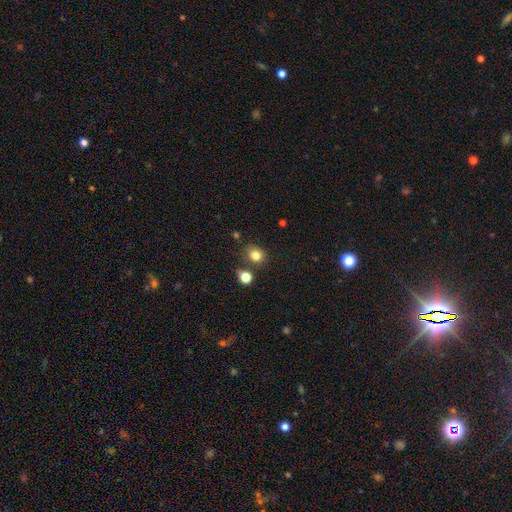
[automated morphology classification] The model was most divided on "how rounded": round: 72%, in between: 27%, cigar-shaped: 1%. More confident: smooth or featured — smooth (82%); merging — none (75%).